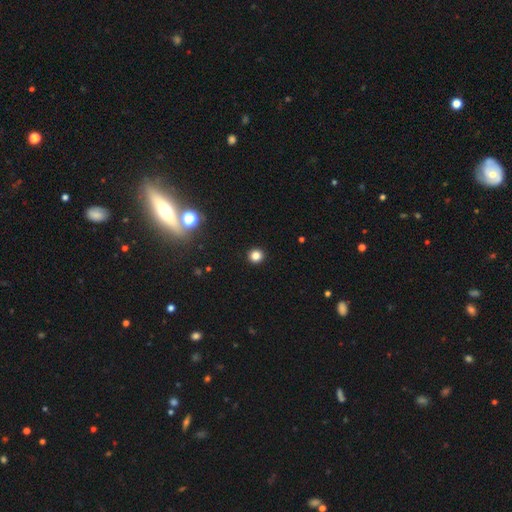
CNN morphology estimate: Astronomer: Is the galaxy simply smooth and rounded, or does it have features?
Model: smooth — 83%.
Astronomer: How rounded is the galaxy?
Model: round — 94%.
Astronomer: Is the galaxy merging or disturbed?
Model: none — 94%.